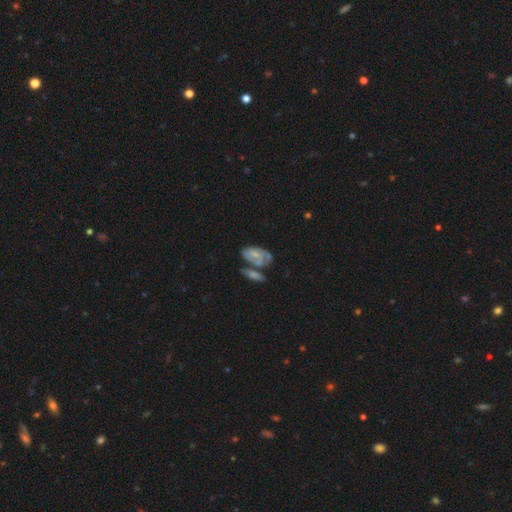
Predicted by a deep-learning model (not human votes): A featured or disk galaxy (48%). Merging: merger (36%).